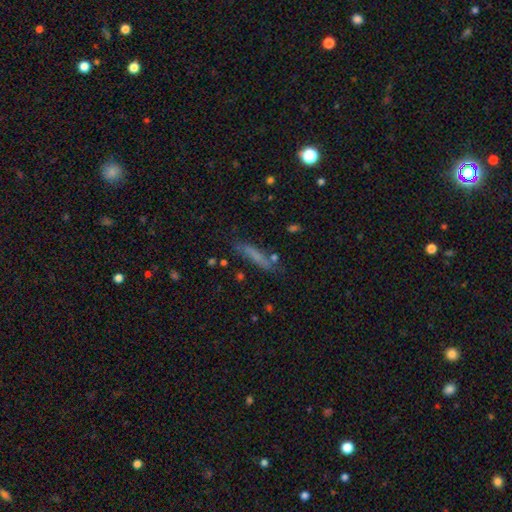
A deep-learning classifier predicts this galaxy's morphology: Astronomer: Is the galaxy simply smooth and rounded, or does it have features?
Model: smooth — 65%.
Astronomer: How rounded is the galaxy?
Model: cigar-shaped — 83%.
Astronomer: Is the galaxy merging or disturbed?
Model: none — 71%.